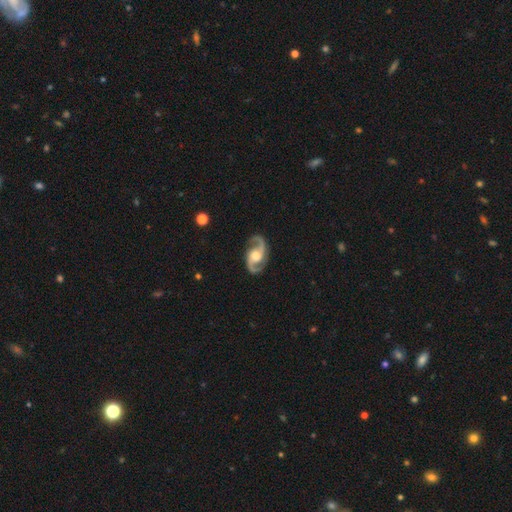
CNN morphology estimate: Overall: featured or disk (93%). Edge-on disk: no (98%). Bar: no (52%; weak 35%). Spiral arms: yes (98%). Spiral arm count: 2 (95%). Spiral winding: medium (59%; loose 26%). Bulge size: moderate (55%; large 30%). Merging: none (86%).